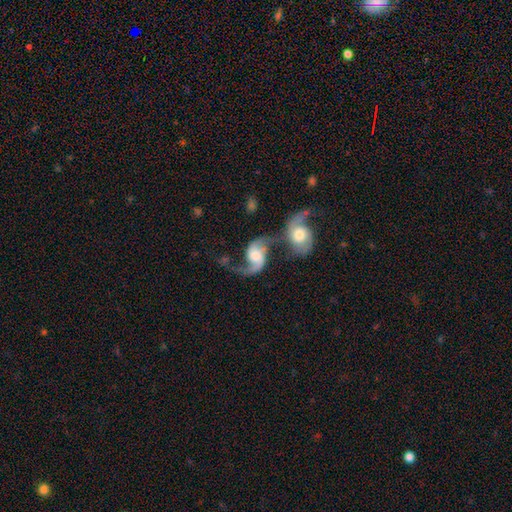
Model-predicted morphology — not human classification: A featured or disk galaxy (87%) with no bar (51%), 2 (89%) loose (70%) spiral arms (96%) and a moderate central bulge (37%). Merging: merger (51%).